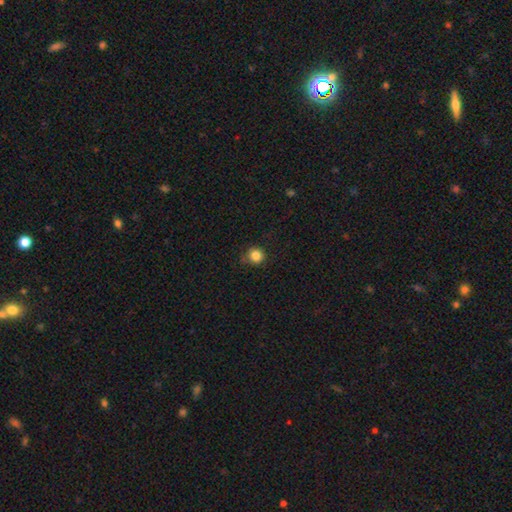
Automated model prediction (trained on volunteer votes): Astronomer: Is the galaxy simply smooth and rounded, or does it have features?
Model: smooth — 84%.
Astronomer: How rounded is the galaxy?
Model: round — 93%.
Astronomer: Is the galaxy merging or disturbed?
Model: none — 79%.